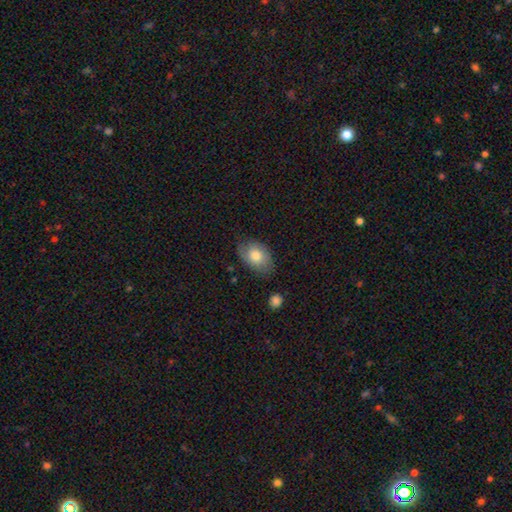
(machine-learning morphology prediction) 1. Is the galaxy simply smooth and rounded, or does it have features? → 76% smooth, 17% featured or disk, 7% star or artifact.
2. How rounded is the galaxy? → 83% in between, 16% round, 1% cigar-shaped.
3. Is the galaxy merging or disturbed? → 71% none, 22% minor disturbance, 5% major disturbance, 2% merger.